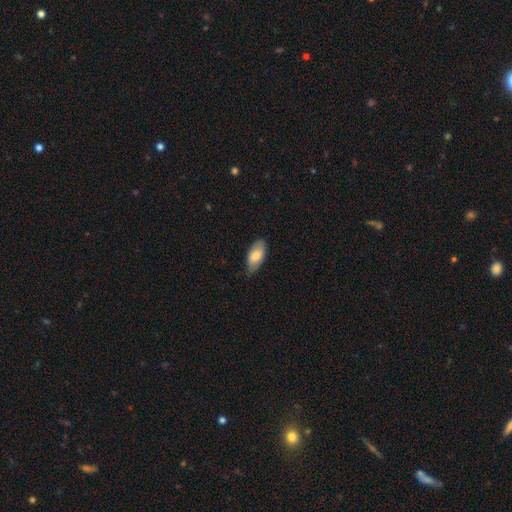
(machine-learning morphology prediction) smooth 75%, featured or disk 19%, star or artifact 6%. Down the decision tree: how rounded — in between (91%); merging — none (76%).